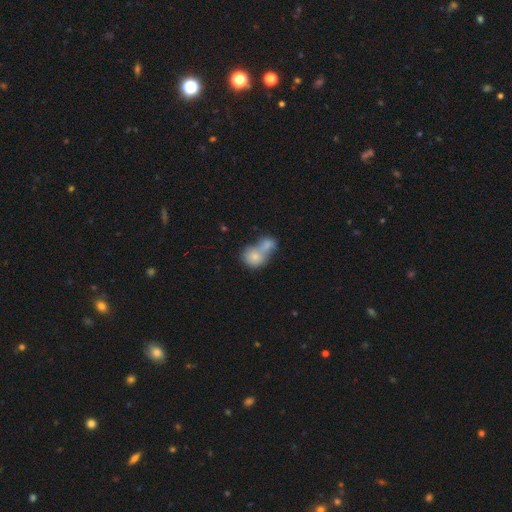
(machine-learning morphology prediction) smooth-or-featured: smooth: 76% | featured or disk: 15% | star or artifact: 8%
  how-rounded: round: 62% | in between: 37% | cigar-shaped: 2%
  merging: merger: 71% | none: 19% | minor disturbance: 6% | major disturbance: 4%